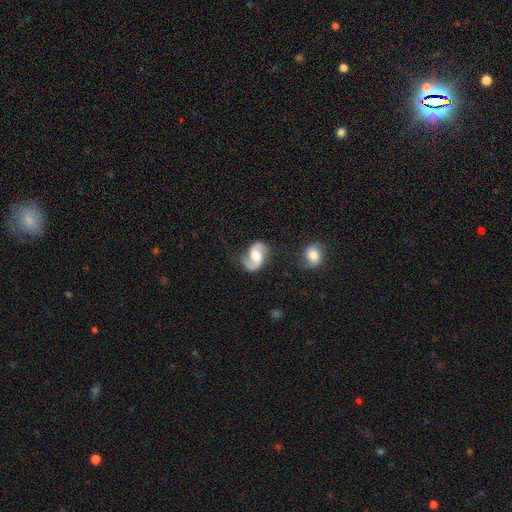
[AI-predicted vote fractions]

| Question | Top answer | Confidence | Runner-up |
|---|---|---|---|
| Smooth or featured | featured or disk | 81% | smooth (13%) |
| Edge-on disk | no | 98% | yes (2%) |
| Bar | no | 48% | weak (40%) |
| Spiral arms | yes | 96% | no (4%) |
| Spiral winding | medium | 47% | loose (39%) |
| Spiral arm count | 2 | 91% | 1 (4%) |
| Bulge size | moderate | 48% | large (29%) |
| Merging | none | 69% | minor disturbance (19%) |